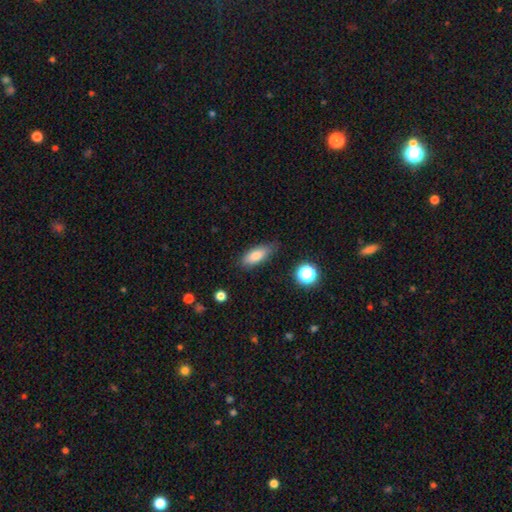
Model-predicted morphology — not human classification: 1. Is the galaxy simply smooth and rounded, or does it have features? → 80% smooth, 12% featured or disk, 9% star or artifact.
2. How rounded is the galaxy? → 74% in between, 22% cigar-shaped, 4% round.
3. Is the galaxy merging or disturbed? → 75% none, 19% minor disturbance, 4% major disturbance, 2% merger.